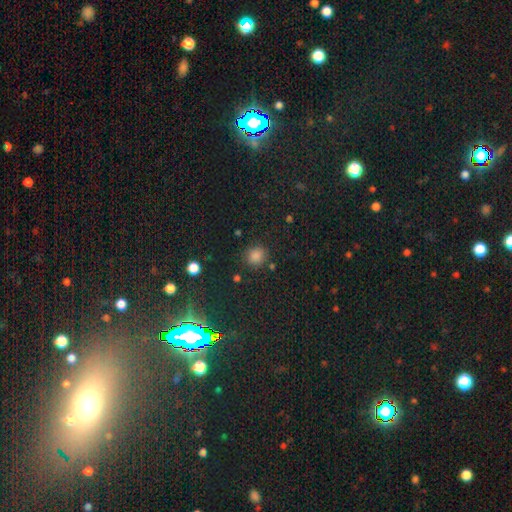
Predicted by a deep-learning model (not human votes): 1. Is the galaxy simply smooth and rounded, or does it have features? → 73% smooth, 22% star or artifact, 5% featured or disk.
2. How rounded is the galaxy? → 83% round, 16% in between, 1% cigar-shaped.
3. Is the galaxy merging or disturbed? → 85% none, 9% minor disturbance, 3% major disturbance, 3% merger.